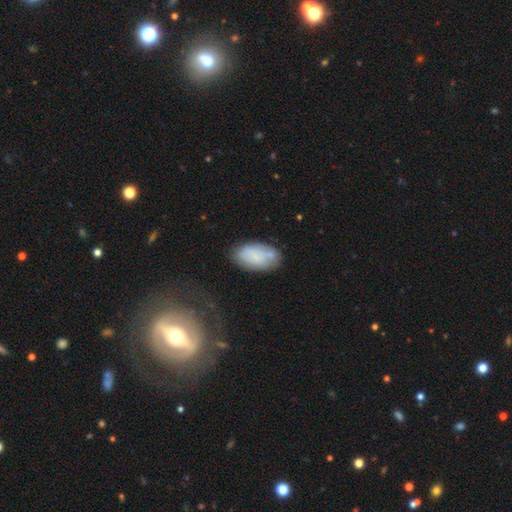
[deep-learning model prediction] Q: Smooth or featured?
A: smooth (66%); runner-up: featured or disk (25%)
Q: How rounded?
A: in between (94%); runner-up: round (4%)
Q: Merging?
A: none (68%); runner-up: minor disturbance (19%)